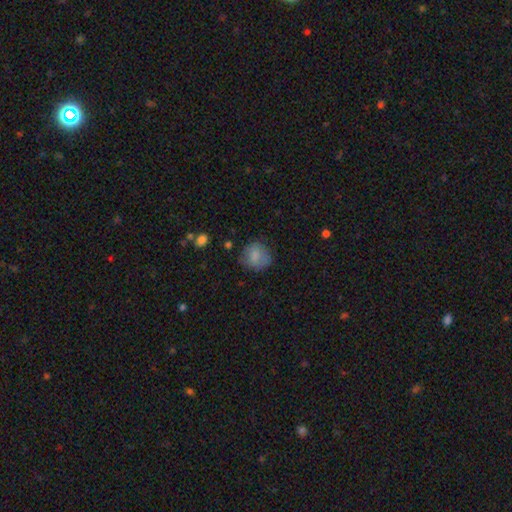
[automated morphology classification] type=smooth (79%); roundness=round (78%); merging=none (69%).